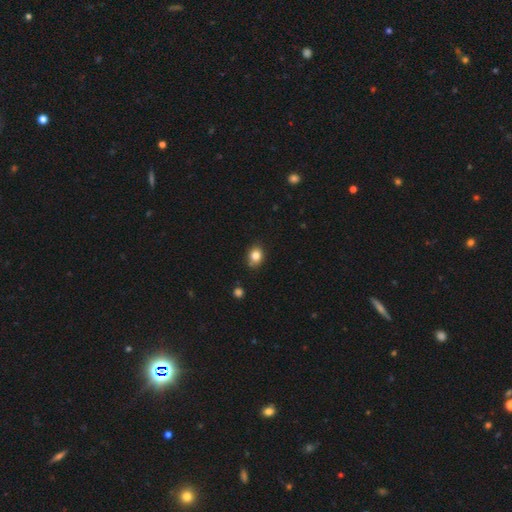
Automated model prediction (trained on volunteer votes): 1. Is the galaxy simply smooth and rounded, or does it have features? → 82% smooth, 10% star or artifact, 7% featured or disk.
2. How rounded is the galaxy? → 51% in between, 48% round, 1% cigar-shaped.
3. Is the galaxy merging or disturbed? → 81% none, 15% minor disturbance, 2% major disturbance, 2% merger.